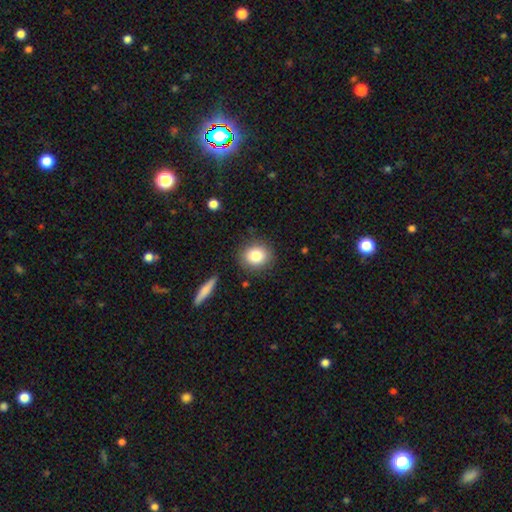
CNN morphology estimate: Smooth or featured? smooth (82%)
How rounded? round (78%)
Merging? none (87%)